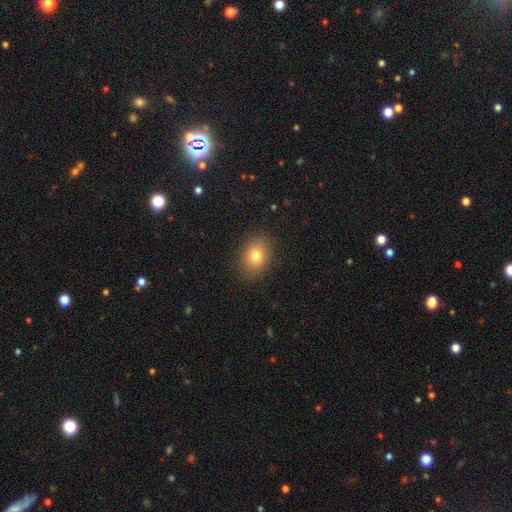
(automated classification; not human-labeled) Smooth or featured?
  - smooth: 79% *
  - star or artifact: 11%
  - featured or disk: 10%
How rounded?
  - in between: 62% *
  - round: 37%
  - cigar-shaped: 1%
Merging?
  - none: 87% *
  - minor disturbance: 9%
  - major disturbance: 3%
  - merger: 1%